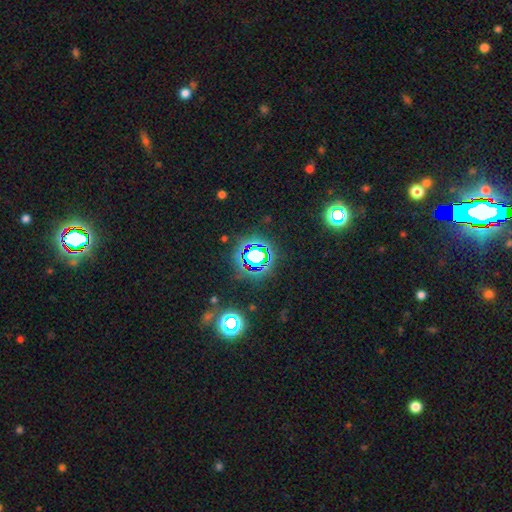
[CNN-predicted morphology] Overall: star or artifact (71%).